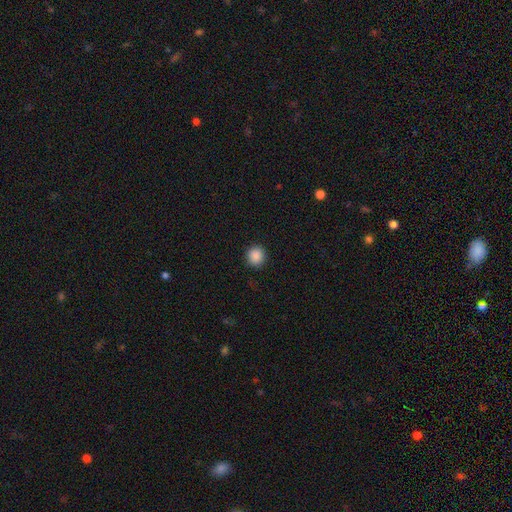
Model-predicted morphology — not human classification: Smooth or featured? Predicted: smooth (p=0.88). How rounded? Predicted: round (p=0.91). Merging? Predicted: none (p=0.91).